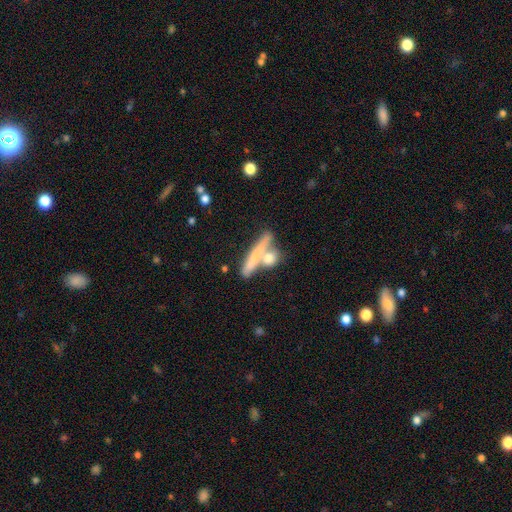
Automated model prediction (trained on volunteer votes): smooth-or-featured: smooth: 62% | featured or disk: 31% | star or artifact: 7%
  how-rounded: cigar-shaped: 77% | in between: 14% | round: 9%
  merging: none: 54% | merger: 29% | minor disturbance: 11% | major disturbance: 5%